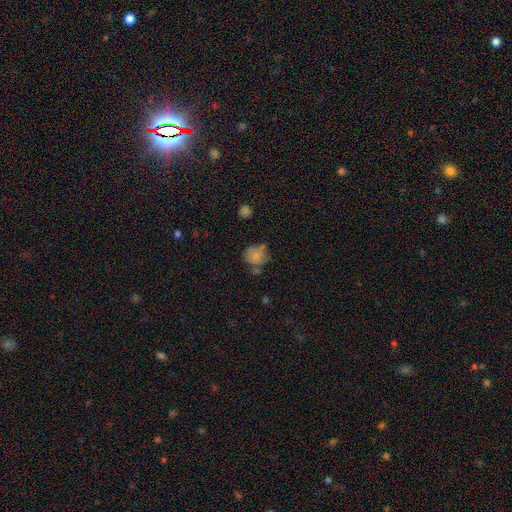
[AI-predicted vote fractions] A smooth galaxy with no disk features (74%) that is round (71%). Merging: none (47%).